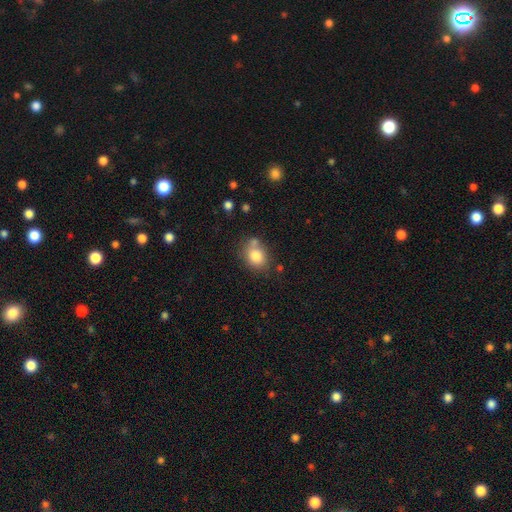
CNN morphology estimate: Smooth or featured?
  - smooth: 81% *
  - featured or disk: 10%
  - star or artifact: 9%
How rounded?
  - in between: 50% *
  - round: 49%
  - cigar-shaped: 1%
Merging?
  - none: 59% *
  - minor disturbance: 18%
  - merger: 17%
  - major disturbance: 5%